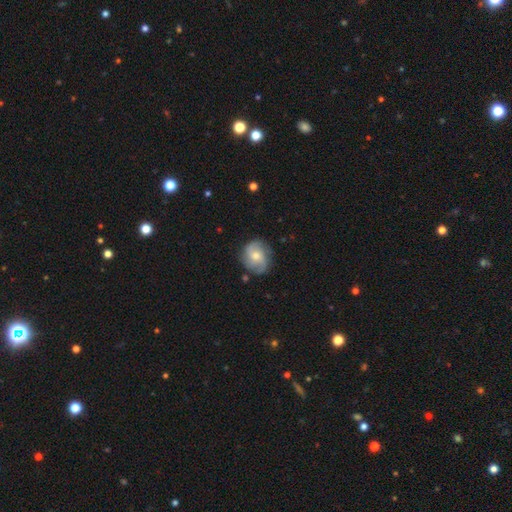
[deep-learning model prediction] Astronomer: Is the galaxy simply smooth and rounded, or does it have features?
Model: featured or disk — 61%.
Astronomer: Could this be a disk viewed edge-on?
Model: no — 97%.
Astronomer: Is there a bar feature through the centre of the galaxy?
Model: no — 67%.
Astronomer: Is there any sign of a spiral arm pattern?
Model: yes — 90%.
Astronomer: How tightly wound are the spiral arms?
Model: medium — 44% (runner-up: tight, 30%).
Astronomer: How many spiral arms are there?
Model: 2 — 40% (runner-up: 3, 29%).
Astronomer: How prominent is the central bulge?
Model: moderate — 56% (runner-up: small, 37%).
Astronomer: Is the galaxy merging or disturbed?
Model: none — 76%.